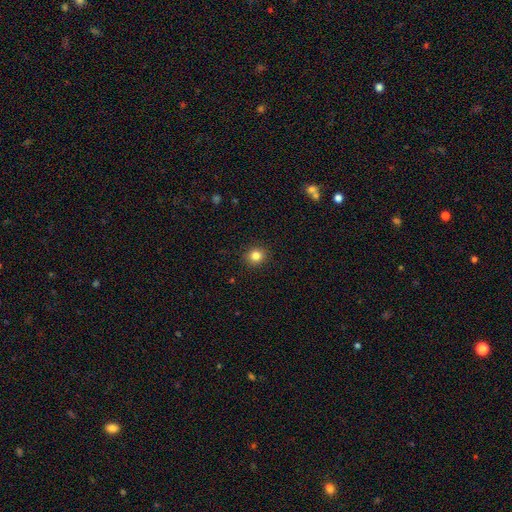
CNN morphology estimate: Smooth or featured?
  - smooth: 83% *
  - star or artifact: 12%
  - featured or disk: 5%
How rounded?
  - round: 83% *
  - in between: 16%
  - cigar-shaped: 1%
Merging?
  - none: 92% *
  - minor disturbance: 6%
  - major disturbance: 2%
  - merger: 1%